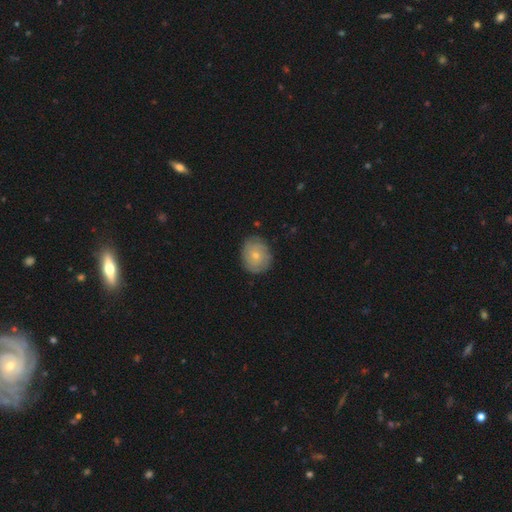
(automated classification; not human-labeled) Overall: featured or disk (53%; smooth 40%). Edge-on disk: no (97%). Bar: no (81%). Spiral arms: yes (83%). Bulge size: small (64%; moderate 32%). Merging: none (80%).